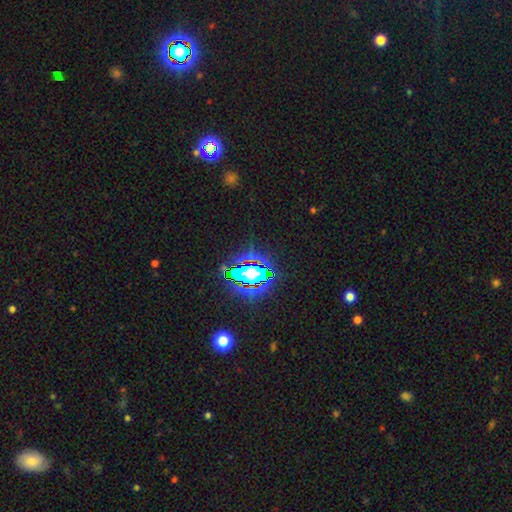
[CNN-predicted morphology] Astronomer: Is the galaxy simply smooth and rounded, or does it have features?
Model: star or artifact — 79%.